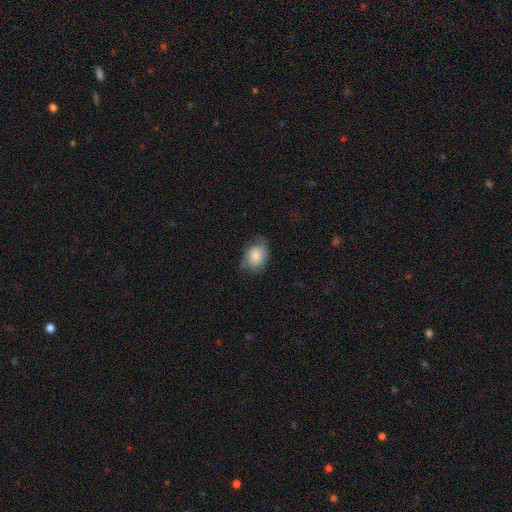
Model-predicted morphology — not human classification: Smooth or featured? smooth (53%)
How rounded? in between (63%)
Merging? none (59%)